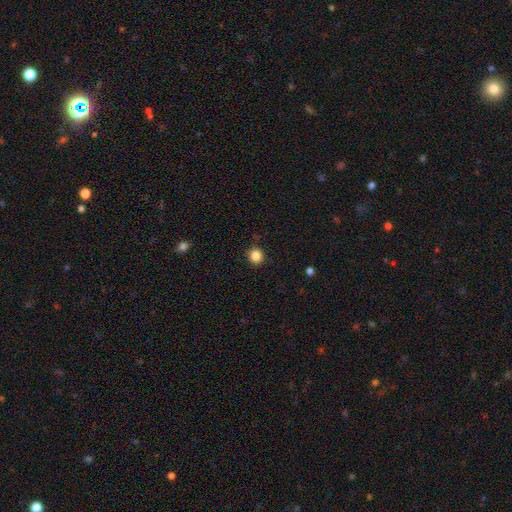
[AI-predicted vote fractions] Smooth or featured? Predicted: smooth (p=0.85). How rounded? Predicted: round (p=0.89). Merging? Predicted: none (p=0.88).